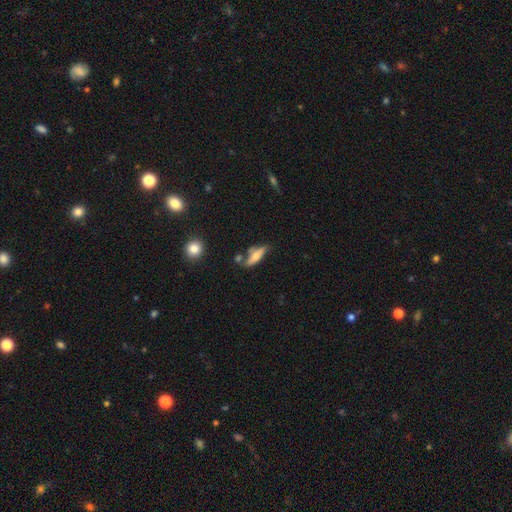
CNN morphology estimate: Smooth or featured: smooth — 55% (featured or disk — 37%)
How rounded: cigar-shaped — 52% (in between — 45%)
Merging: none — 55% (minor disturbance — 23%)